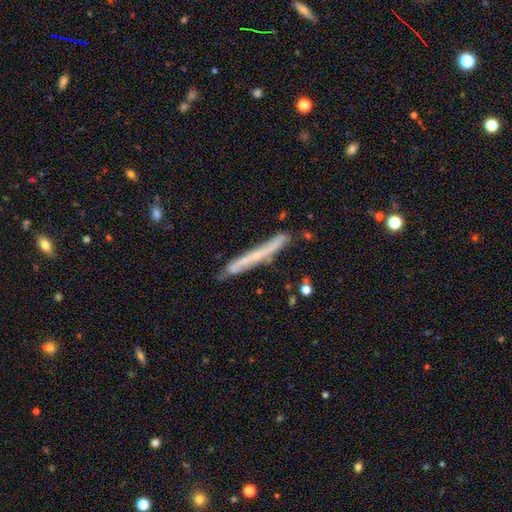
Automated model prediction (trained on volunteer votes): smooth_or_featured: featured or disk (p=0.51) [alt: smooth p=0.41]
disk_edge_on: yes (p=0.91) [alt: no p=0.09]
merging: none (p=0.80) [alt: minor disturbance p=0.15]